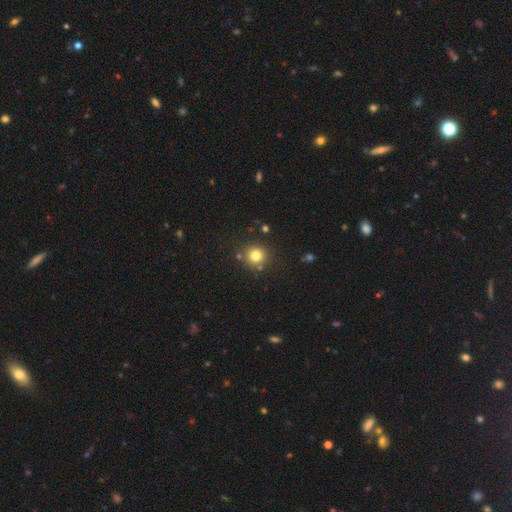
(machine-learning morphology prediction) Smooth or featured: smooth — 79% (star or artifact — 14%)
How rounded: round — 92% (in between — 7%)
Merging: none — 83% (minor disturbance — 9%)